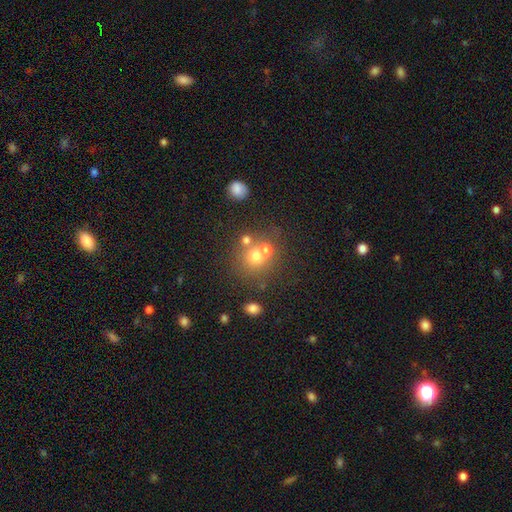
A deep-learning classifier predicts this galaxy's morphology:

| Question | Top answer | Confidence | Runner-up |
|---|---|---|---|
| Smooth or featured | smooth | 66% | featured or disk (18%) |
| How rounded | round | 84% | in between (15%) |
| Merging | none | 51% | merger (36%) |